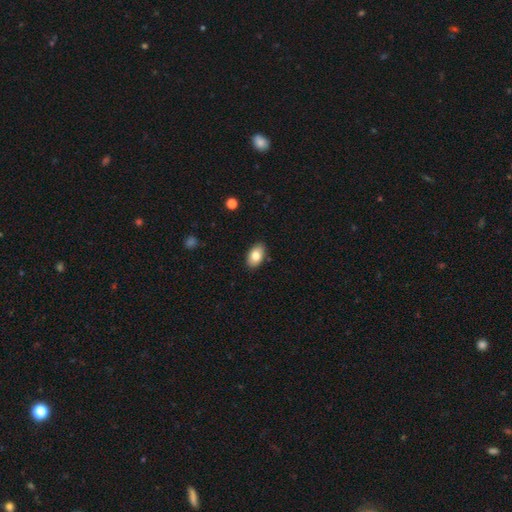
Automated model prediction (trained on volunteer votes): smooth_or_featured: smooth (p=0.81) [alt: featured or disk p=0.12]
how_rounded: in between (p=0.91) [alt: round p=0.07]
merging: none (p=0.88) [alt: minor disturbance p=0.09]